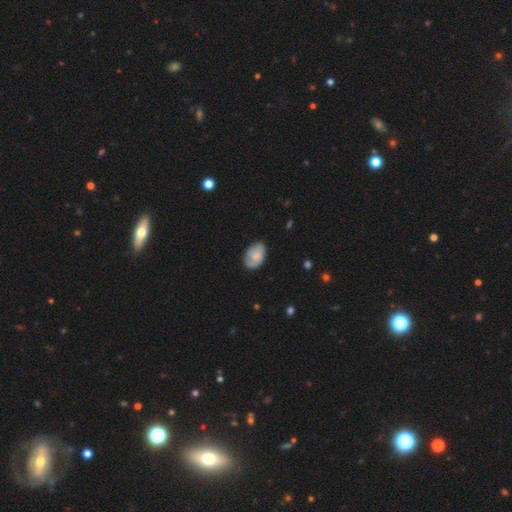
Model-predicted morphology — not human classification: smooth 63%, featured or disk 31%, star or artifact 7%. Down the decision tree: how rounded — in between (85%); merging — none (71%).